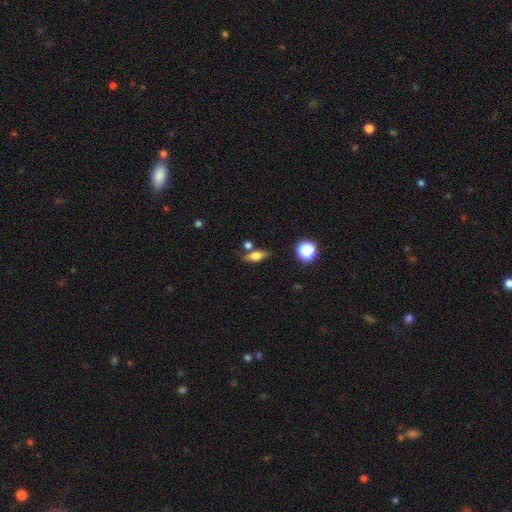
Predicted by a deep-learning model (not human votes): smooth 66%, featured or disk 23%, star or artifact 10%. Down the decision tree: how rounded — in between (65%); merging — none (69%).